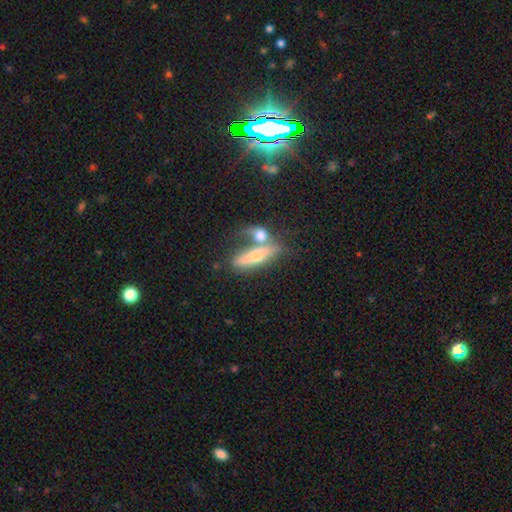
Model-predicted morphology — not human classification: This appears to be a smooth galaxy with no disk features (46%). Merging: merger (44%).